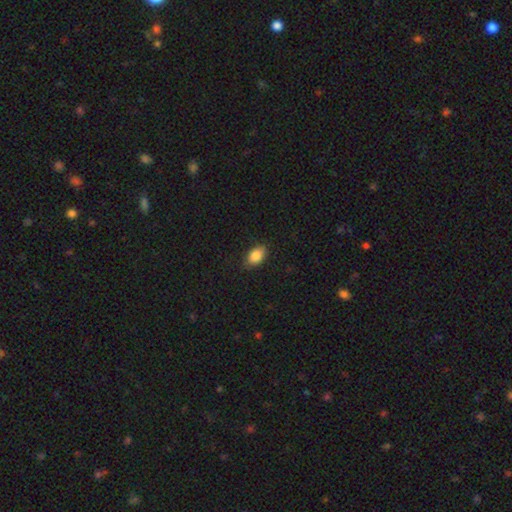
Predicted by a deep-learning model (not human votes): The model was most divided on "merging": none: 84%, minor disturbance: 13%, major disturbance: 3%, merger: 1%. More confident: how rounded — in between (87%); smooth or featured — smooth (86%).